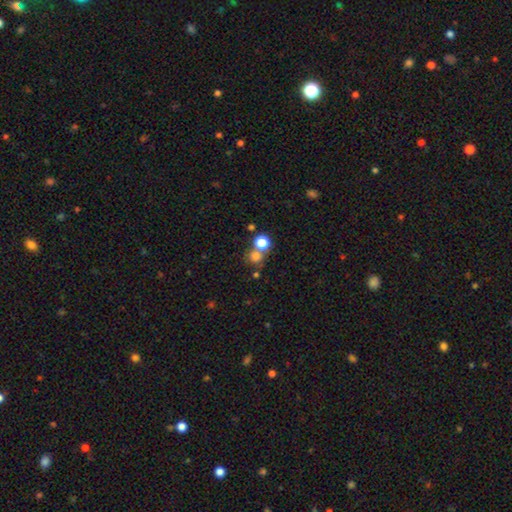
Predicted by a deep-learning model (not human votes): Smooth or featured? smooth (75%)
How rounded? round (86%)
Merging? none (57%)